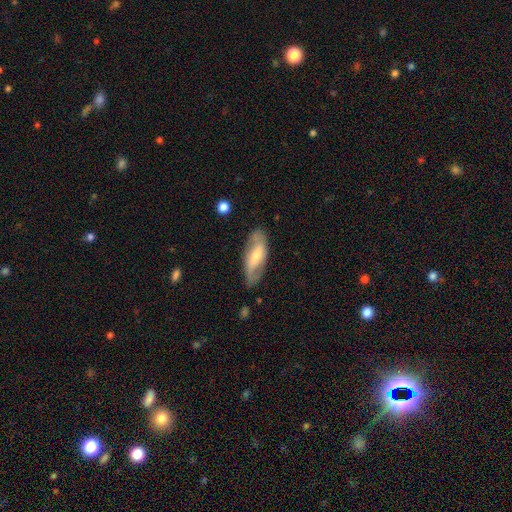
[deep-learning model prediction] Smooth or featured? featured or disk (63%)
Edge-on disk? no (86%)
Bar? strong (38%)
Spiral arms? yes (77%)
Bulge size? small (52%)
Merging? none (75%)